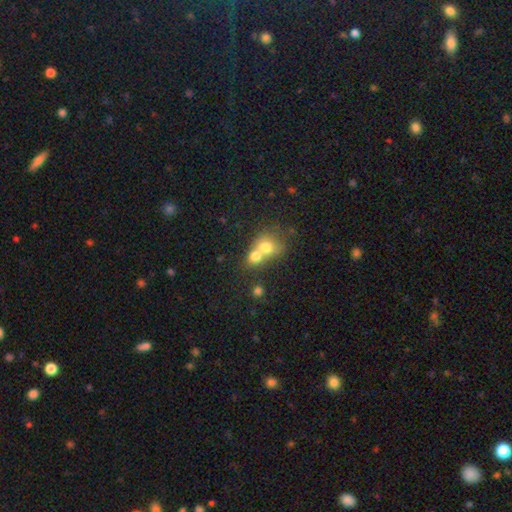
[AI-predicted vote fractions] Q: Smooth or featured?
A: smooth (72%); runner-up: featured or disk (17%)
Q: How rounded?
A: round (67%); runner-up: in between (32%)
Q: Merging?
A: merger (69%); runner-up: none (22%)